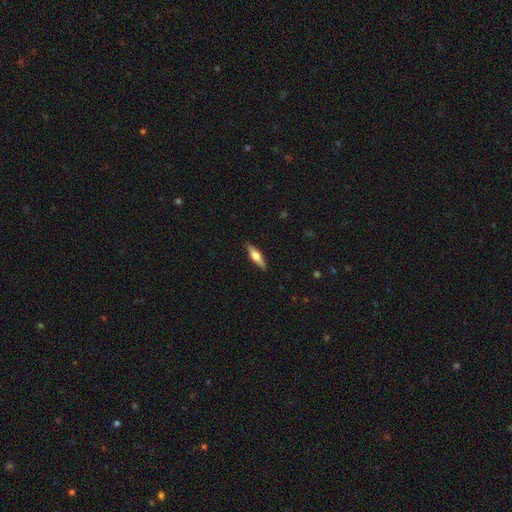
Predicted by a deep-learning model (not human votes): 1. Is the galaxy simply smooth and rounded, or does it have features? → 50% featured or disk, 45% smooth, 6% star or artifact.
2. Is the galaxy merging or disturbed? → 89% none, 8% minor disturbance, 2% major disturbance, 1% merger.